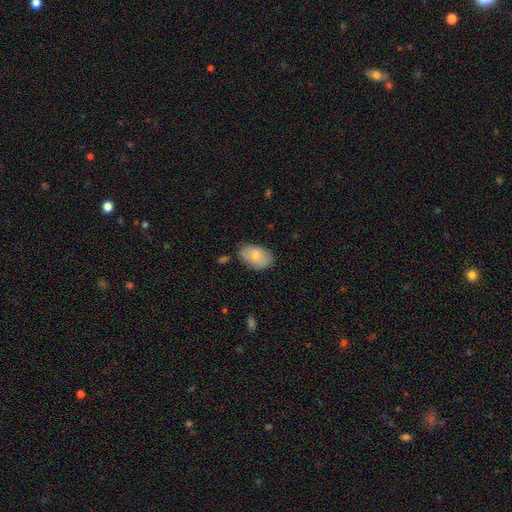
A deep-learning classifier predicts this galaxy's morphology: smooth-or-featured: smooth: 78% | featured or disk: 16% | star or artifact: 6%
  how-rounded: in between: 91% | round: 7% | cigar-shaped: 1%
  merging: none: 77% | minor disturbance: 17% | major disturbance: 3% | merger: 2%